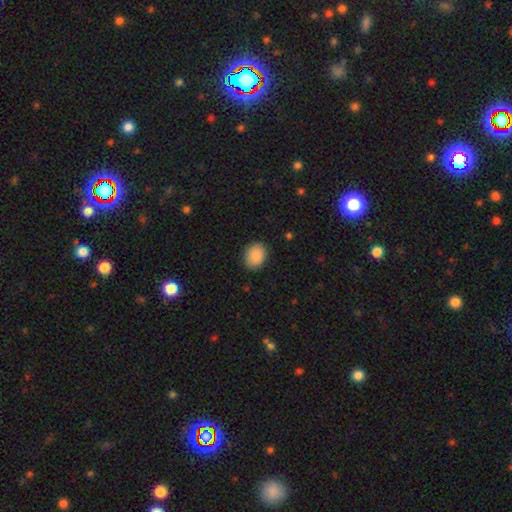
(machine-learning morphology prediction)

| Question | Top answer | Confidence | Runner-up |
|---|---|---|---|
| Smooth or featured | smooth | 89% | star or artifact (7%) |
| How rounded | in between | 58% | round (42%) |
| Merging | none | 87% | minor disturbance (9%) |